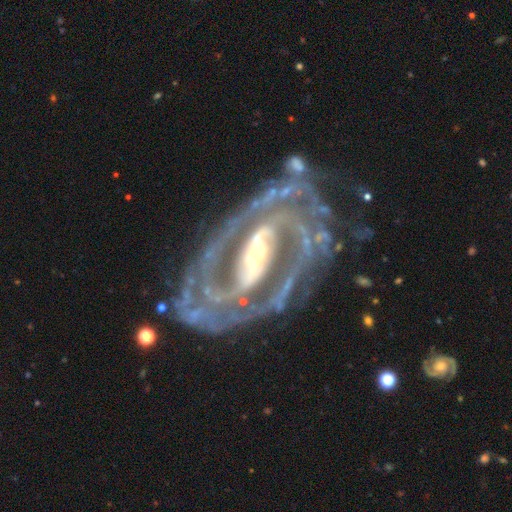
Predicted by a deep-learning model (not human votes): The model was most divided on "bulge size": moderate: 48%, small: 39%, large: 10%, none: 2%, dominant: 1%. More confident: spiral arms — yes (97%); edge-on disk — no (95%); smooth or featured — featured or disk (92%); merging — none (72%); spiral arm count — 2 (67%); bar — strong (64%); spiral winding — tight (60%).